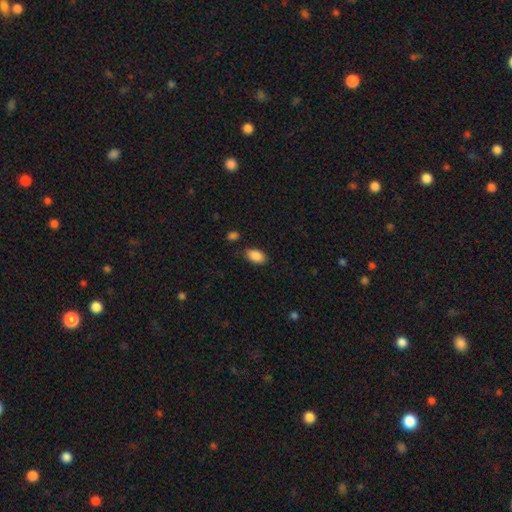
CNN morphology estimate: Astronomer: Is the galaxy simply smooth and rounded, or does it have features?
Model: smooth — 88%.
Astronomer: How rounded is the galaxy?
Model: in between — 93%.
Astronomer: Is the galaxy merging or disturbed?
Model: none — 83%.